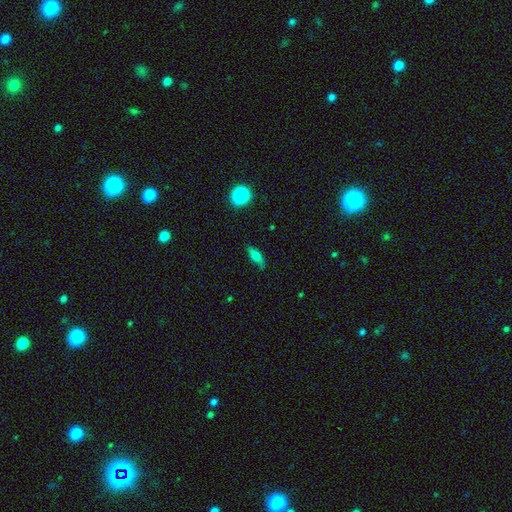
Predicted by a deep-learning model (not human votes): A smooth galaxy with no disk features (66%) that is in between round and cigar-shaped (60%).

Vote fractions:
- Smooth or featured? smooth: 66% / featured or disk: 25% / star or artifact: 9%
- How rounded? in between: 60% / cigar-shaped: 35% / round: 5%
- Merging? none: 76% / minor disturbance: 18% / major disturbance: 4% / merger: 2%